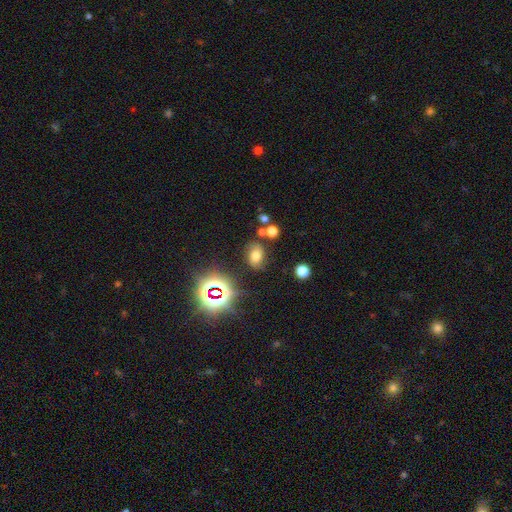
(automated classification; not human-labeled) A smooth galaxy with no disk features (62%) that is in between round and cigar-shaped (76%).

Vote fractions:
- Smooth or featured? smooth: 62% / star or artifact: 25% / featured or disk: 12%
- How rounded? in between: 76% / round: 22% / cigar-shaped: 1%
- Merging? none: 75% / minor disturbance: 14% / merger: 6% / major disturbance: 5%